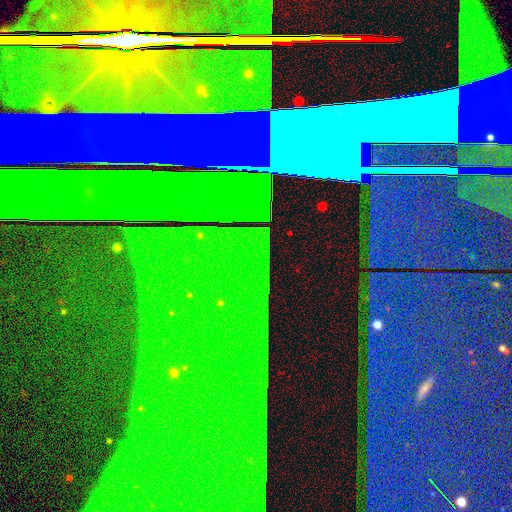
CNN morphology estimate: Smooth or featured: star or artifact — 79% (featured or disk — 12%)